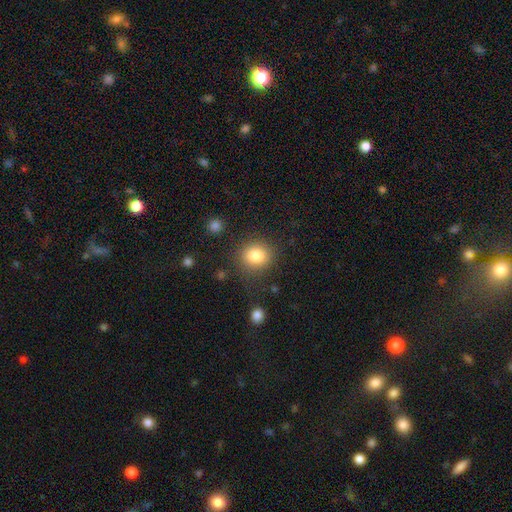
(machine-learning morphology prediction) Q: Smooth or featured?
A: smooth (83%); runner-up: star or artifact (10%)
Q: How rounded?
A: round (78%); runner-up: in between (21%)
Q: Merging?
A: none (82%); runner-up: minor disturbance (11%)